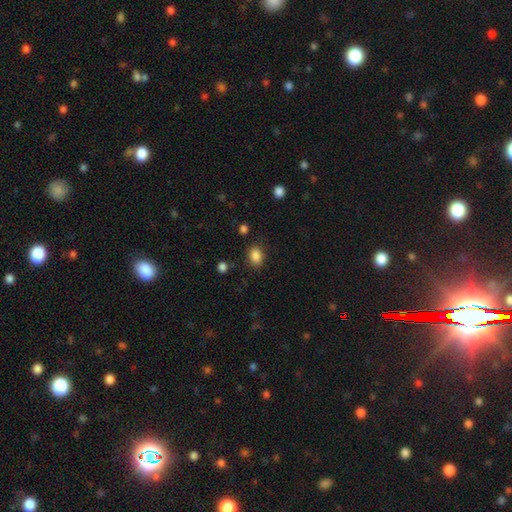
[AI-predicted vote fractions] Smooth or featured?
  - smooth: 86% *
  - star or artifact: 10%
  - featured or disk: 4%
How rounded?
  - in between: 67% *
  - round: 32%
  - cigar-shaped: 1%
Merging?
  - none: 82% *
  - minor disturbance: 12%
  - major disturbance: 4%
  - merger: 2%